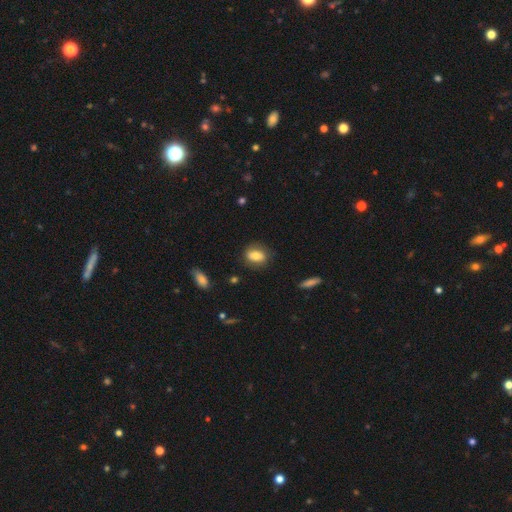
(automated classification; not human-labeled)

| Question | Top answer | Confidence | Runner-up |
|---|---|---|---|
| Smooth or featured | smooth | 73% | featured or disk (19%) |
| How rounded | in between | 72% | round (26%) |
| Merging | none | 76% | minor disturbance (16%) |